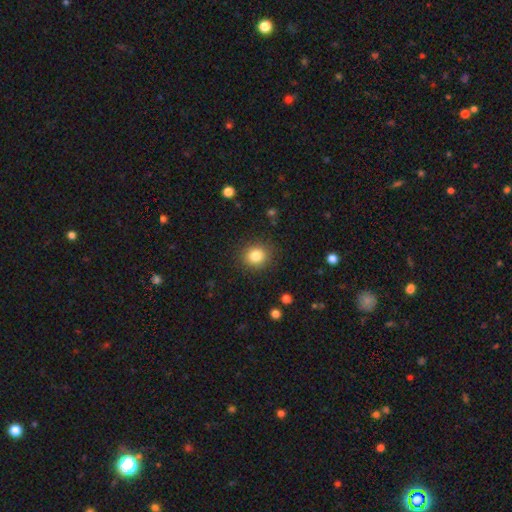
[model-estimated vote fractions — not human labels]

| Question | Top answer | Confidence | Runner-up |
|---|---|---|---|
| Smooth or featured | smooth | 84% | star or artifact (11%) |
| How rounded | round | 81% | in between (18%) |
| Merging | none | 88% | minor disturbance (8%) |